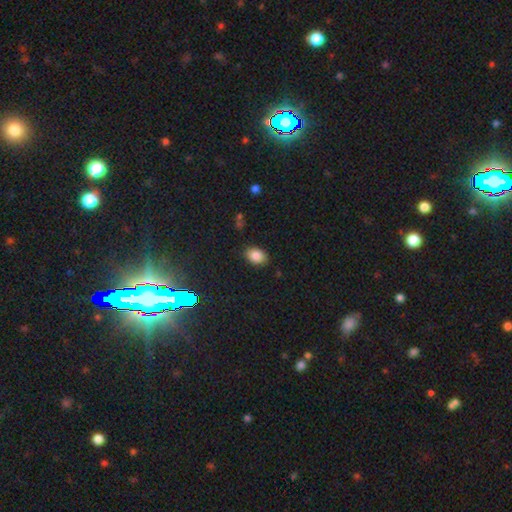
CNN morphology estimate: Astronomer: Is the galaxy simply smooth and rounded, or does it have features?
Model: smooth — 84%.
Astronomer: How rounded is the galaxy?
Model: in between — 79%.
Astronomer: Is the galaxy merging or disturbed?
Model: none — 85%.